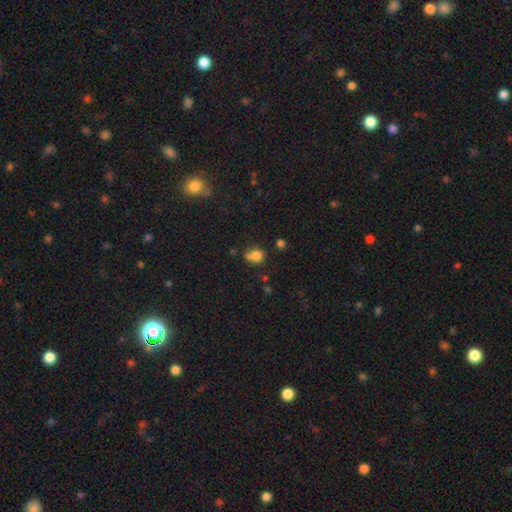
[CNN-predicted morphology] type=smooth (78%); roundness=round (72%); merging=none (46%).